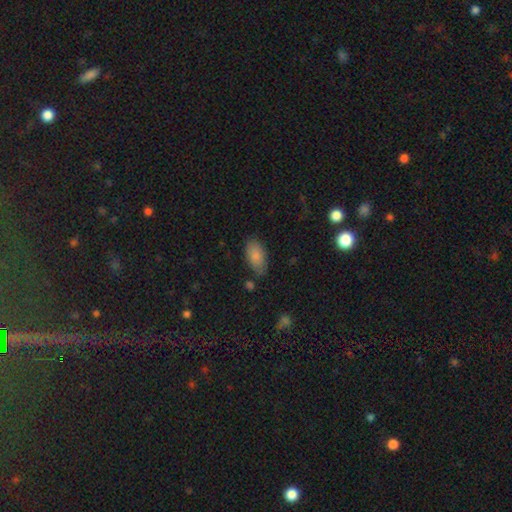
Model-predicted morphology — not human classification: smooth_or_featured: smooth (p=0.85) [alt: featured or disk p=0.08]
how_rounded: in between (p=0.93) [alt: cigar-shaped p=0.05]
merging: none (p=0.77) [alt: minor disturbance p=0.17]